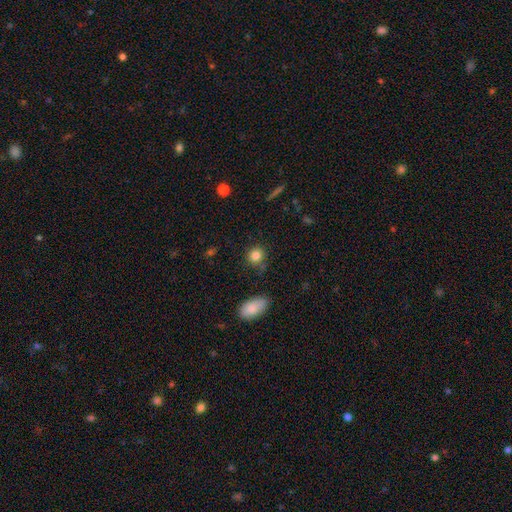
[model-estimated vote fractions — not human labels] This appears to be a smooth galaxy with no disk features (85%) that is round (84%). Merging: none (82%).